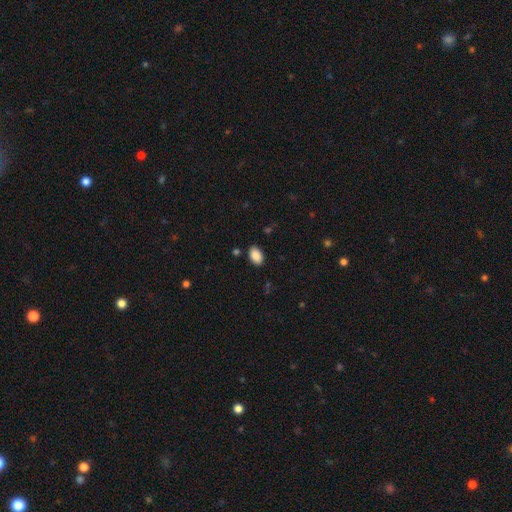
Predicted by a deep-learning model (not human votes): smooth 89%, star or artifact 8%, featured or disk 4%. Down the decision tree: how rounded — in between (89%); merging — none (87%).